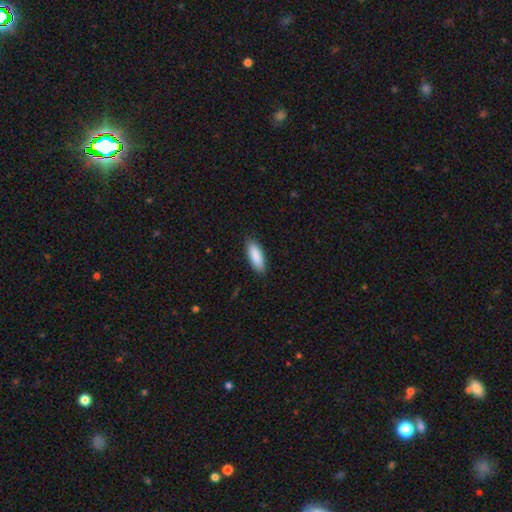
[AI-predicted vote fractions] Smooth or featured? Predicted: smooth (p=0.90). How rounded? Predicted: in between (p=0.68). Merging? Predicted: none (p=0.88).